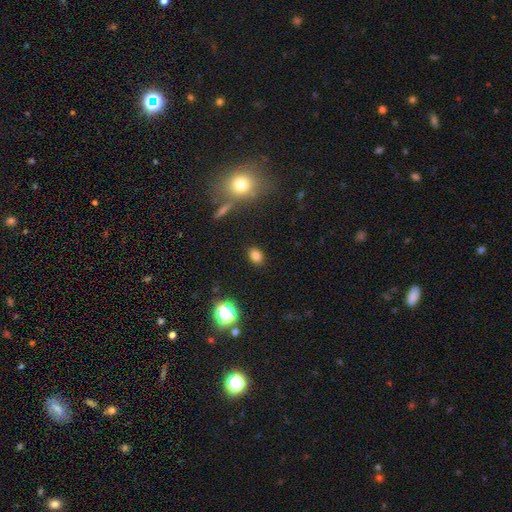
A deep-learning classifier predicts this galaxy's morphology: A smooth galaxy with no disk features (79%) that is in between round and cigar-shaped (66%). Merging: none (87%).